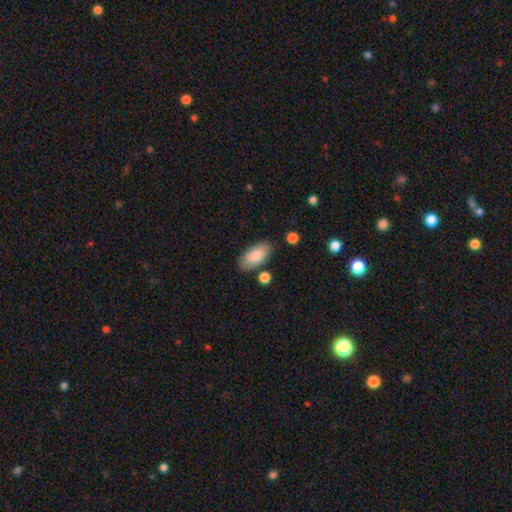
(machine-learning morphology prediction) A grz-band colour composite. It shows a smooth galaxy with no disk features (82%) that is in between round and cigar-shaped (94%). Merging: none (78%).